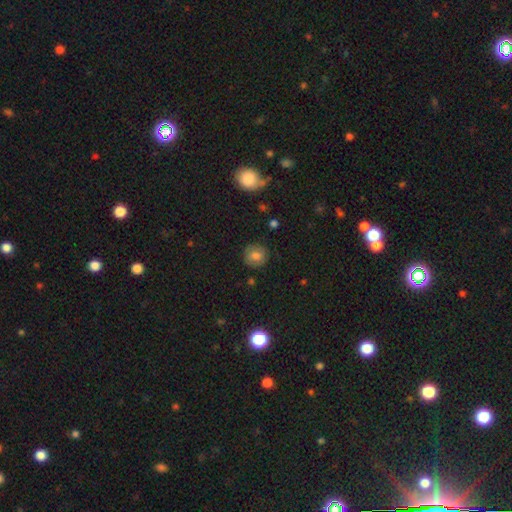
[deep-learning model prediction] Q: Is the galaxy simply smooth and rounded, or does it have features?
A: smooth — 74%.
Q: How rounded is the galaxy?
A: round — 88%.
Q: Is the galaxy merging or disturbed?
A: none — 85%.